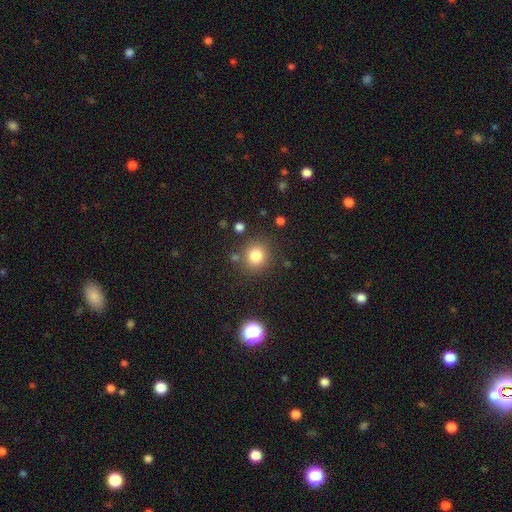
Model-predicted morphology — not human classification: A smooth galaxy with no disk features (81%) that is round (85%).

Vote fractions:
- Smooth or featured? smooth: 81% / star or artifact: 12% / featured or disk: 7%
- How rounded? round: 85% / in between: 14% / cigar-shaped: 1%
- Merging? none: 82% / minor disturbance: 9% / merger: 5% / major disturbance: 3%